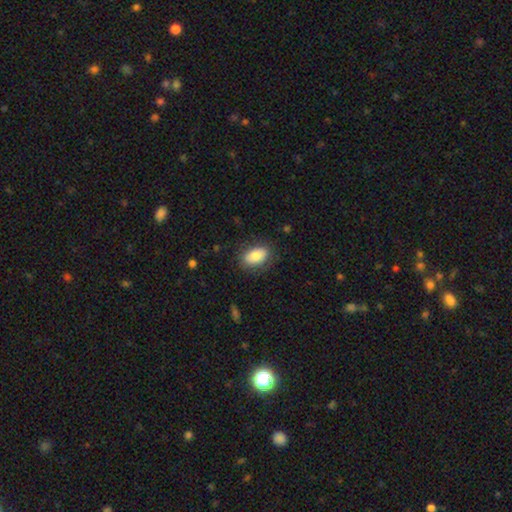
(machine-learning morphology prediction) This appears to be a smooth galaxy with no disk features (79%) that is in between round and cigar-shaped (89%). Merging: none (81%).